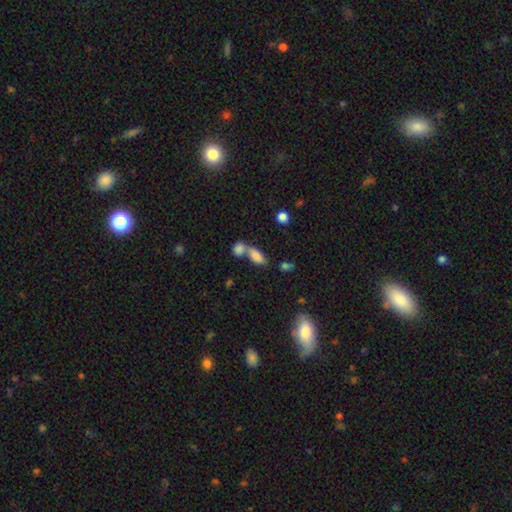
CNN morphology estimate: Overall: smooth (83%). How rounded: in between (83%). Merging: merger (51%; none 37%).